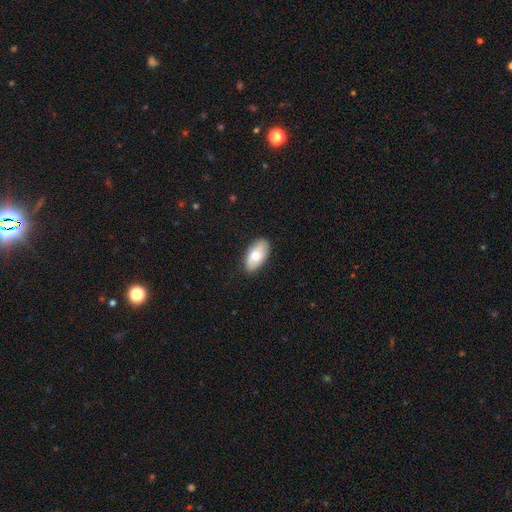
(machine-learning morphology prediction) smooth_or_featured: smooth (p=0.72) [alt: featured or disk p=0.22]
how_rounded: in between (p=0.94) [alt: cigar-shaped p=0.03]
merging: none (p=0.85) [alt: minor disturbance p=0.11]